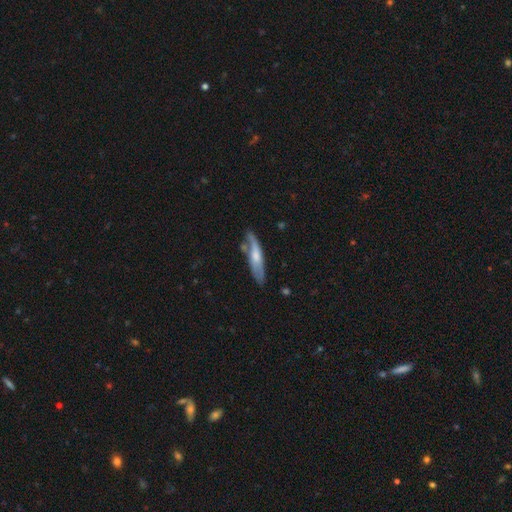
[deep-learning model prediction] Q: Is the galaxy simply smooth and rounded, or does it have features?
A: smooth — 49%.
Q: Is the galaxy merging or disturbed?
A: none — 60%.